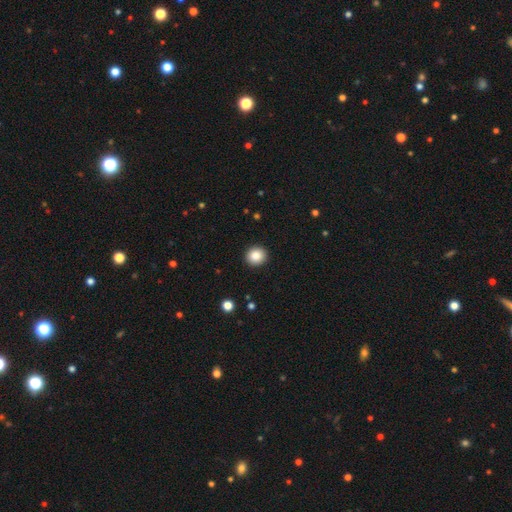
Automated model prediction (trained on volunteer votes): Smooth or featured: smooth — 87% (star or artifact — 9%)
How rounded: round — 88% (in between — 12%)
Merging: none — 92% (minor disturbance — 5%)